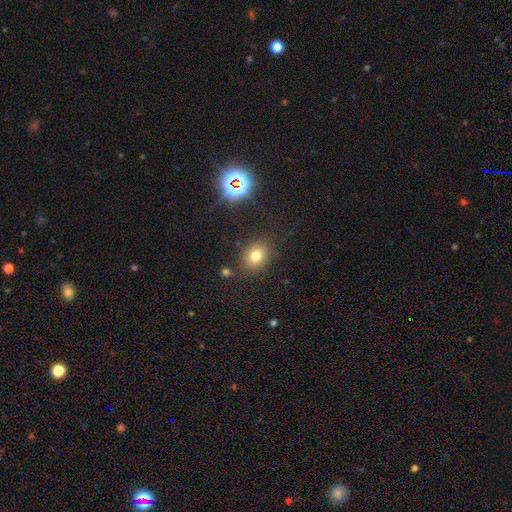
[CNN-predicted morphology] A smooth galaxy with no disk features (75%) that is round (58%). Merging: none (83%).